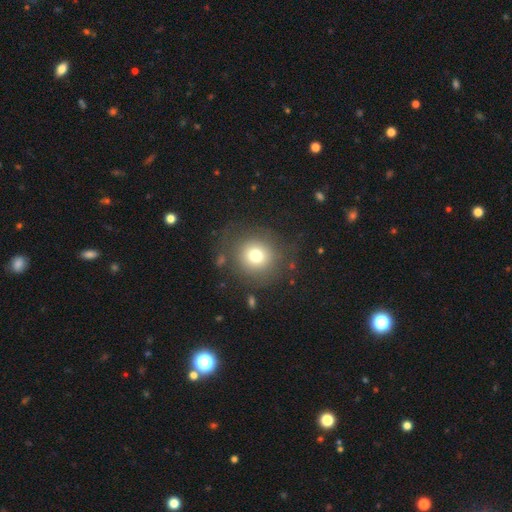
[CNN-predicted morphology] Smooth or featured: smooth — 73% (featured or disk — 14%)
How rounded: round — 92% (in between — 7%)
Merging: none — 76% (minor disturbance — 13%)